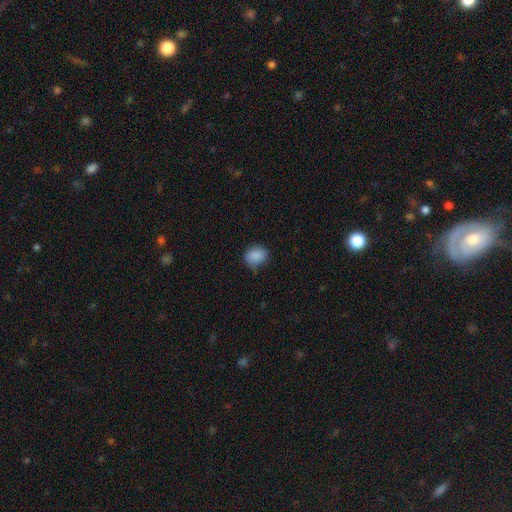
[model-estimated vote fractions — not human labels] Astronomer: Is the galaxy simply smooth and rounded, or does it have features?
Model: smooth — 87%.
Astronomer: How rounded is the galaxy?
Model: round — 51% (runner-up: in between, 48%).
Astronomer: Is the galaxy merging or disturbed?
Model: none — 68%.